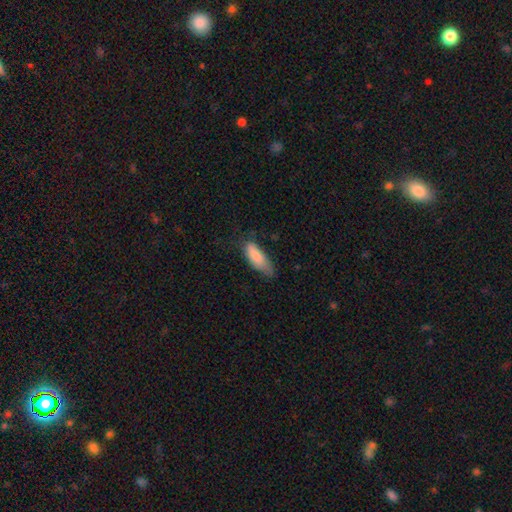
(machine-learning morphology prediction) Smooth or featured? smooth (83%)
How rounded? in between (66%)
Merging? none (50%)